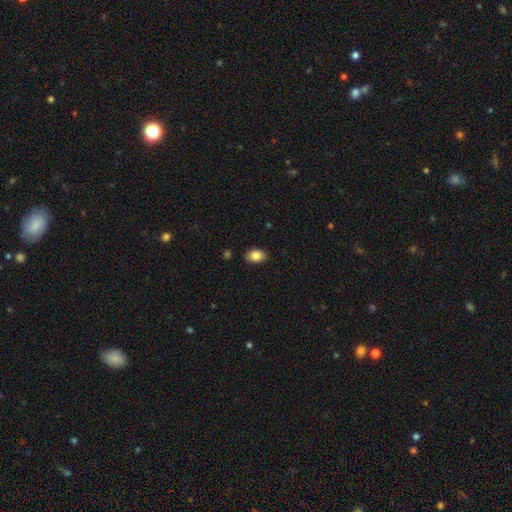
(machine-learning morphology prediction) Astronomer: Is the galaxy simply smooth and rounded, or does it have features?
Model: smooth — 84%.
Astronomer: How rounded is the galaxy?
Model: in between — 82%.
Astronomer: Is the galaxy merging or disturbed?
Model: none — 87%.